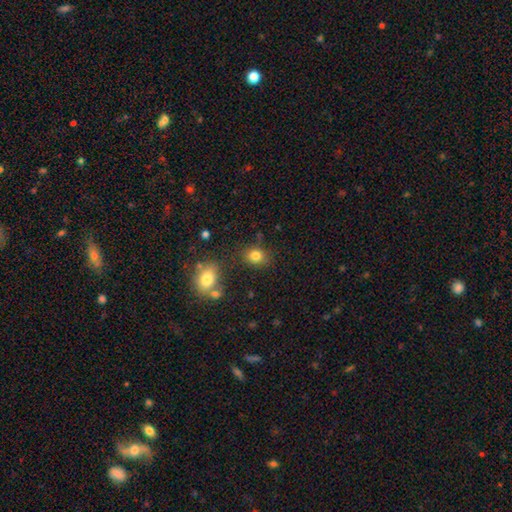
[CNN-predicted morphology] Smooth or featured: smooth — 81% (star or artifact — 12%)
How rounded: round — 63% (in between — 36%)
Merging: none — 77% (minor disturbance — 13%)